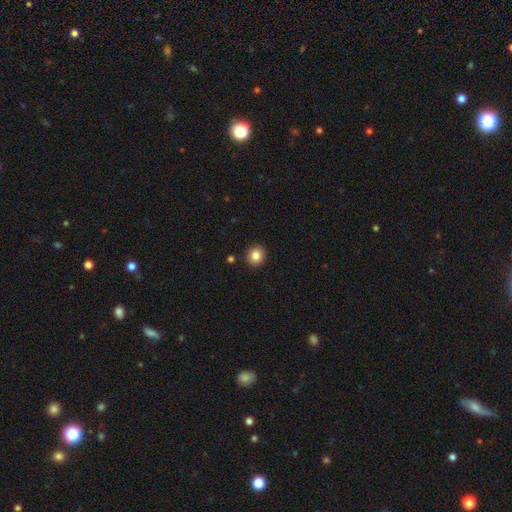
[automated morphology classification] smooth-or-featured: smooth: 85% | star or artifact: 10% | featured or disk: 5%
  how-rounded: round: 89% | in between: 10% | cigar-shaped: 1%
  merging: none: 91% | minor disturbance: 6% | merger: 2% | major disturbance: 2%